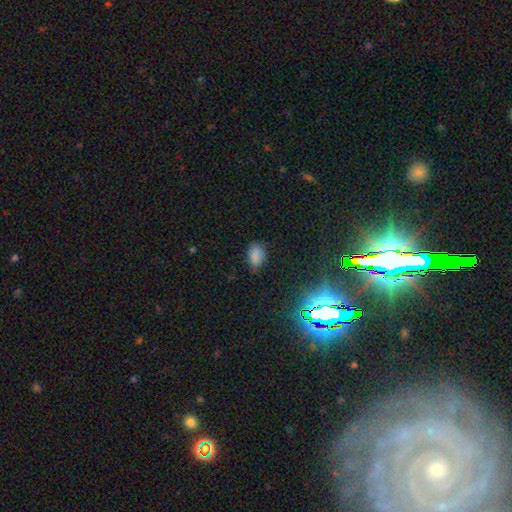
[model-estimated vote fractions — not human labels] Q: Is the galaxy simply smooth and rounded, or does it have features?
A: smooth — 78%.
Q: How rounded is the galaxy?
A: in between — 85%.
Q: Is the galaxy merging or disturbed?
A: none — 70%.